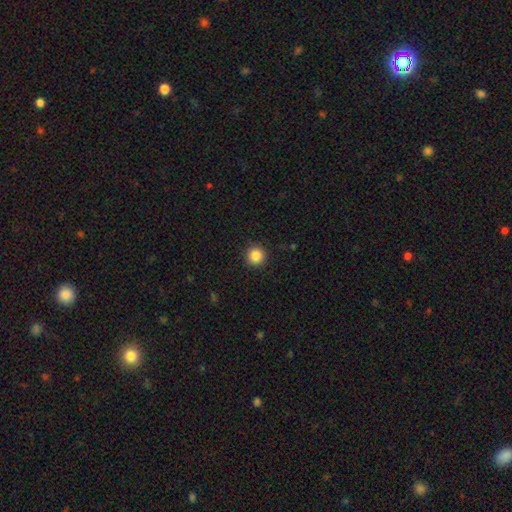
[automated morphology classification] Smooth or featured?
  - smooth: 86% *
  - star or artifact: 10%
  - featured or disk: 4%
How rounded?
  - round: 95% *
  - in between: 4%
  - cigar-shaped: 1%
Merging?
  - none: 92% *
  - minor disturbance: 5%
  - major disturbance: 2%
  - merger: 1%